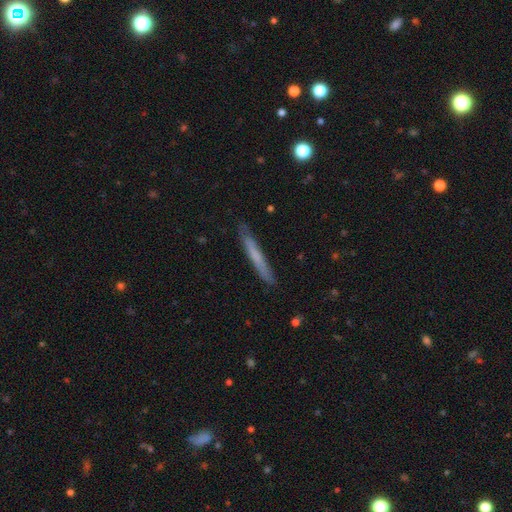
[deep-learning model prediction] Q: Smooth or featured?
A: smooth (59%); runner-up: featured or disk (35%)
Q: How rounded?
A: cigar-shaped (96%); runner-up: in between (2%)
Q: Merging?
A: none (85%); runner-up: minor disturbance (12%)